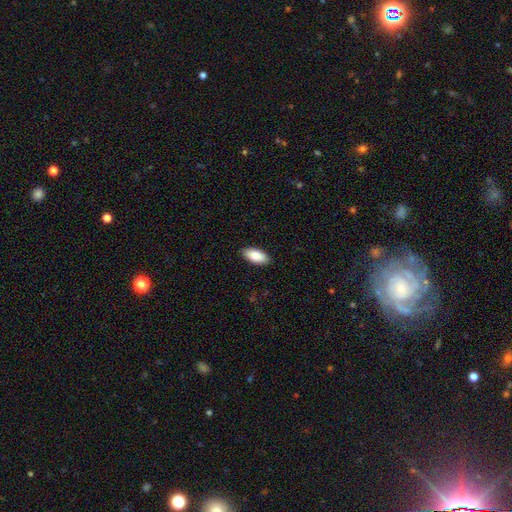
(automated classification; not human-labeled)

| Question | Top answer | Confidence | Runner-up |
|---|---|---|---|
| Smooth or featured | smooth | 85% | featured or disk (9%) |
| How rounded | in between | 93% | cigar-shaped (5%) |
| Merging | none | 90% | minor disturbance (8%) |